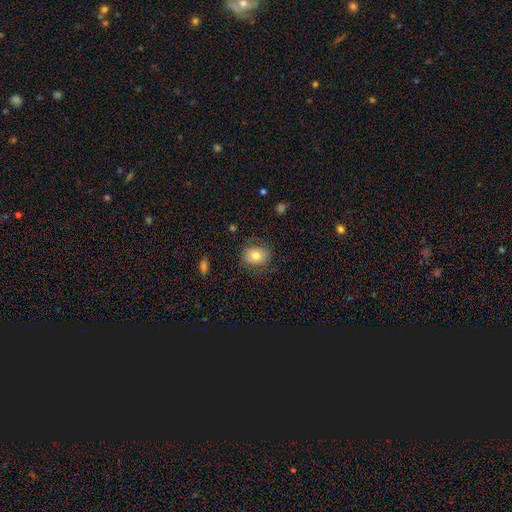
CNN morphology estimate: Overall: smooth (75%). How rounded: round (60%; in between 39%). Merging: none (78%).